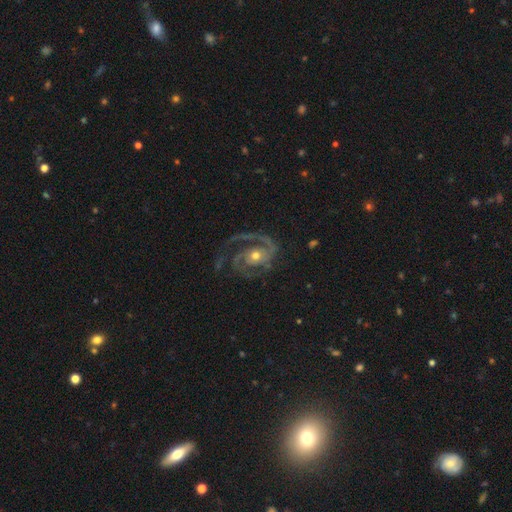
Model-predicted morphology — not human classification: This appears to be a featured or disk galaxy (92%) with no bar (69%), 2 (60%) medium (48%) spiral arms (98%) and a moderate central bulge (64%). Merging: none (65%).